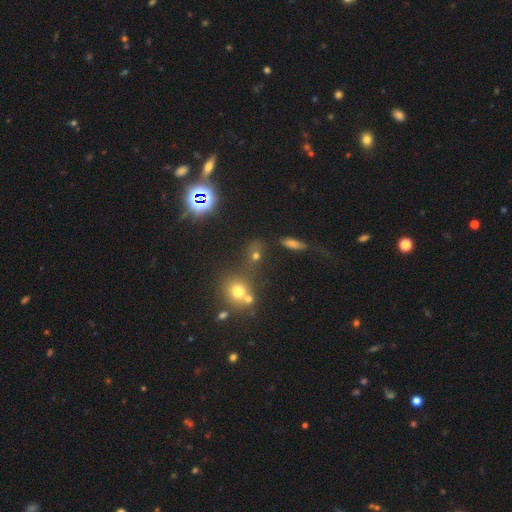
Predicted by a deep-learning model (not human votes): smooth 58%, star or artifact 30%, featured or disk 12%. Down the decision tree: how rounded — round (60%); merging — none (51%).